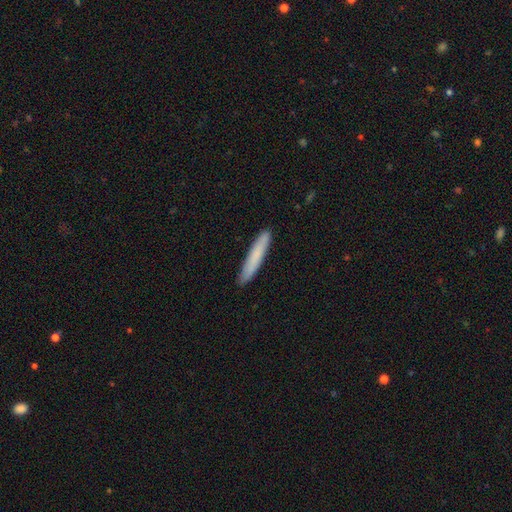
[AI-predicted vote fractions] A smooth galaxy with no disk features (77%) that is cigar-shaped (94%).

Vote fractions:
- Smooth or featured? smooth: 77% / featured or disk: 17% / star or artifact: 6%
- How rounded? cigar-shaped: 94% / in between: 5% / round: 1%
- Merging? none: 90% / minor disturbance: 8% / major disturbance: 1% / merger: 1%